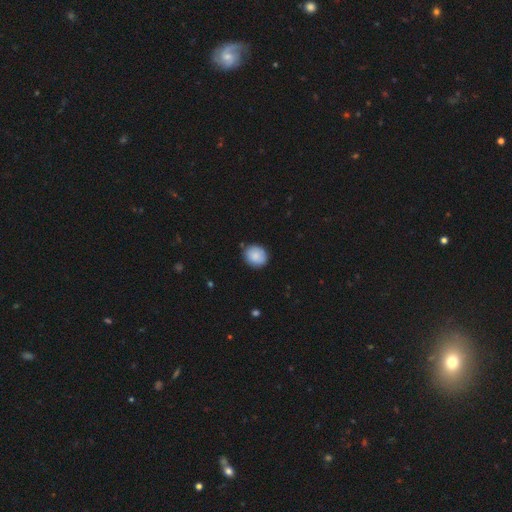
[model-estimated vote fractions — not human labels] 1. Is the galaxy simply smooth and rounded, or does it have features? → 86% smooth, 7% star or artifact, 7% featured or disk.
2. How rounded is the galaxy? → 72% round, 27% in between, 1% cigar-shaped.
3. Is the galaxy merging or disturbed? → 82% none, 14% minor disturbance, 2% major disturbance, 2% merger.